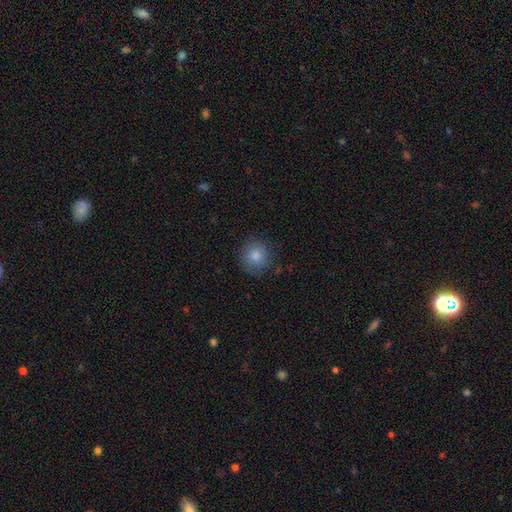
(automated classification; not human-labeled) Smooth or featured? Predicted: smooth (p=0.83). How rounded? Predicted: round (p=0.88). Merging? Predicted: none (p=0.80).